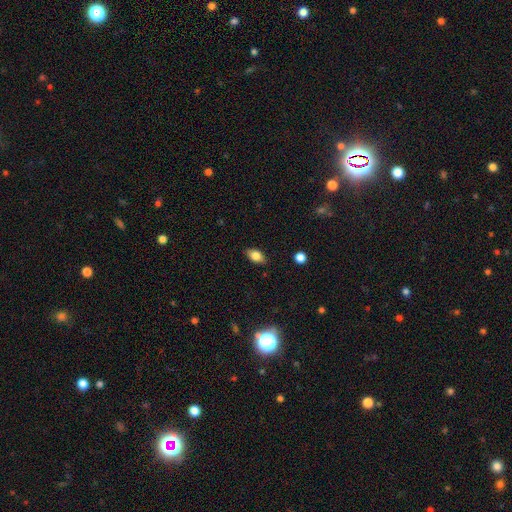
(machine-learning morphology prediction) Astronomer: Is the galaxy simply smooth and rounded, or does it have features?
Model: smooth — 80%.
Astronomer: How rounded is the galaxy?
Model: in between — 87%.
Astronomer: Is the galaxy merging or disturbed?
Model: none — 86%.